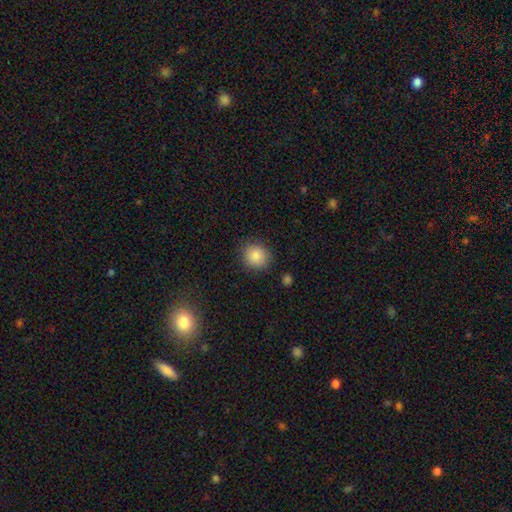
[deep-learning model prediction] Smooth or featured: smooth — 86% (star or artifact — 9%)
How rounded: round — 85% (in between — 14%)
Merging: none — 86% (minor disturbance — 10%)